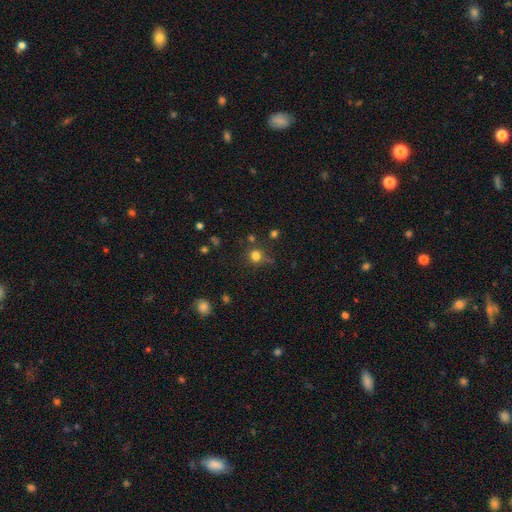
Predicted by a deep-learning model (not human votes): Smooth or featured? Predicted: smooth (p=0.75). How rounded? Predicted: round (p=0.88). Merging? Predicted: none (p=0.70).